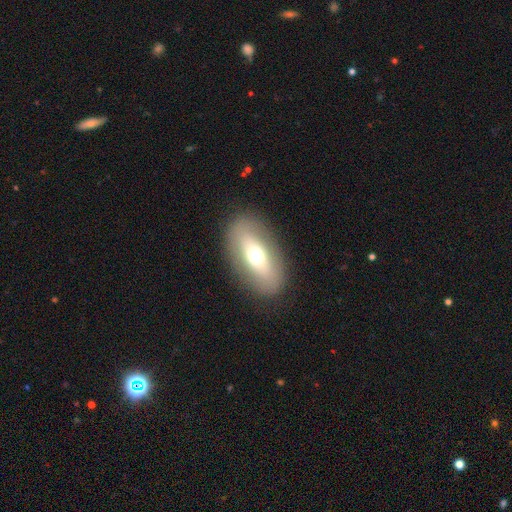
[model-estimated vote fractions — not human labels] The model was most divided on "smooth or featured": smooth: 55%, featured or disk: 37%, star or artifact: 8%. More confident: merging — none (86%); how rounded — in between (85%).